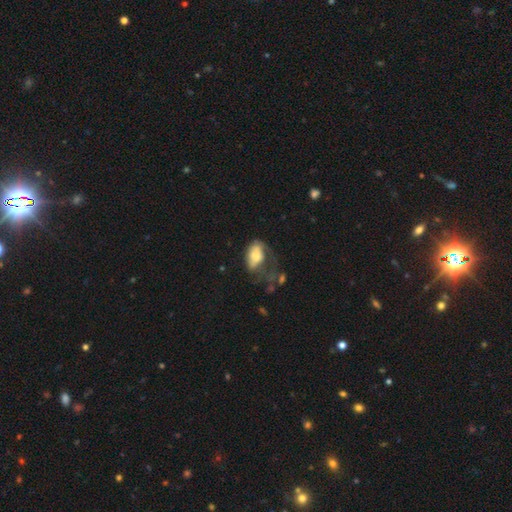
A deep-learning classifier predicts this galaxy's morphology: smooth_or_featured: smooth (p=0.63) [alt: featured or disk p=0.29]
how_rounded: in between (p=0.89) [alt: round p=0.09]
merging: major disturbance (p=0.49) [alt: minor disturbance p=0.25]